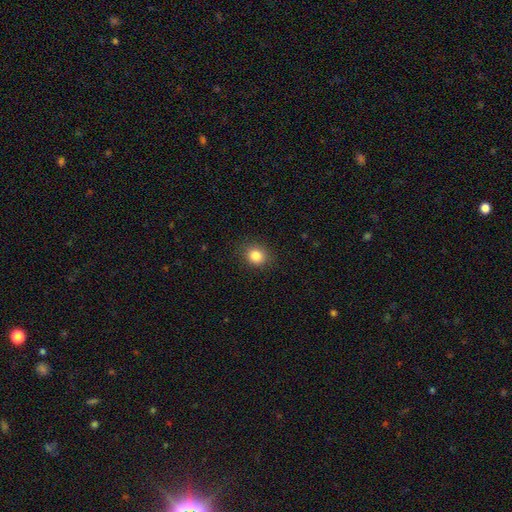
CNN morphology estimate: A smooth galaxy with no disk features (85%) that is round (72%). Merging: none (88%).